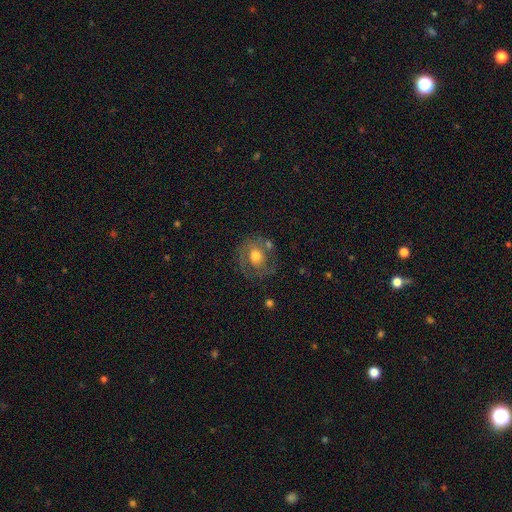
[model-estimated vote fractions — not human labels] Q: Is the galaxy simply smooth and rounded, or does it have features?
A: featured or disk — 51%.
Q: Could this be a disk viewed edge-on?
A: no — 96%.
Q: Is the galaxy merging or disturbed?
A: none — 63%.